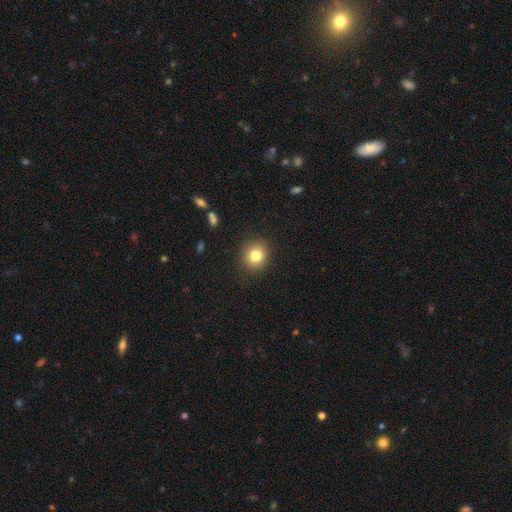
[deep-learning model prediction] Morphology: type=smooth (81%); roundness=round (86%); merging=none (90%).